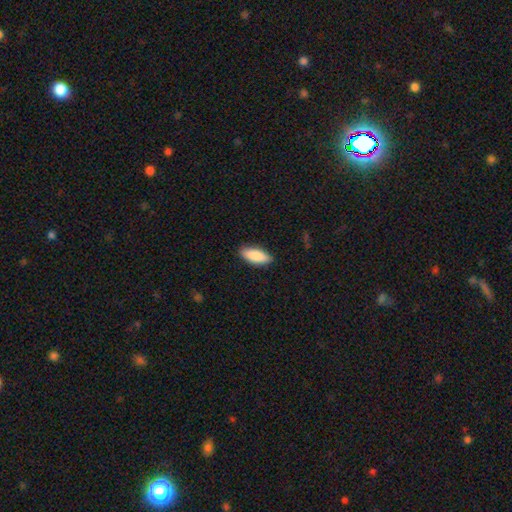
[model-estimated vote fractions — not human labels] This appears to be a smooth galaxy with no disk features (88%) that is in between round and cigar-shaped (75%). Merging: none (87%).